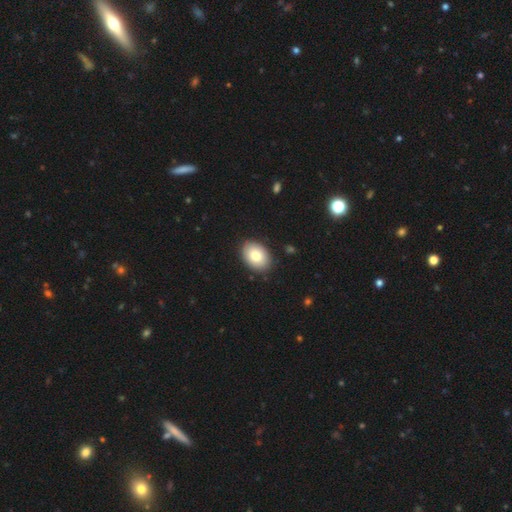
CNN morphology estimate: This is clearly a smooth galaxy (82%). How rounded: likely in between (80%). Merging: clearly none (89%).